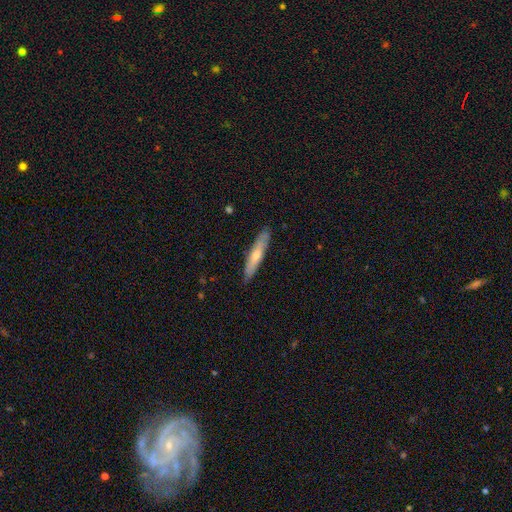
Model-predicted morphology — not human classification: Smooth or featured?
  - smooth: 54% *
  - featured or disk: 40%
  - star or artifact: 6%
How rounded?
  - cigar-shaped: 90% *
  - in between: 9%
  - round: 1%
Merging?
  - none: 88% *
  - minor disturbance: 9%
  - major disturbance: 2%
  - merger: 1%